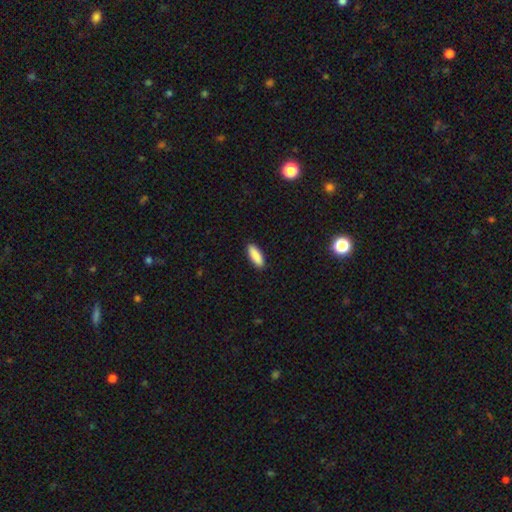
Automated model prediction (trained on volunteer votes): This is clearly a smooth galaxy (90%). How rounded: possibly in between (59%). Merging: clearly none (90%).